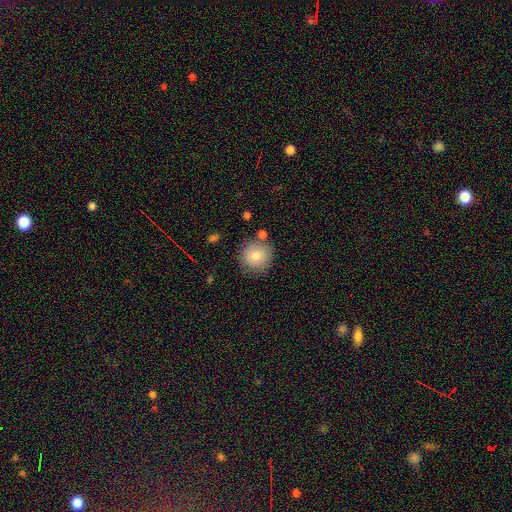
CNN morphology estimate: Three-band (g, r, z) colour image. It shows a smooth galaxy with no disk features (82%) that is round (93%). Merging: none (80%).